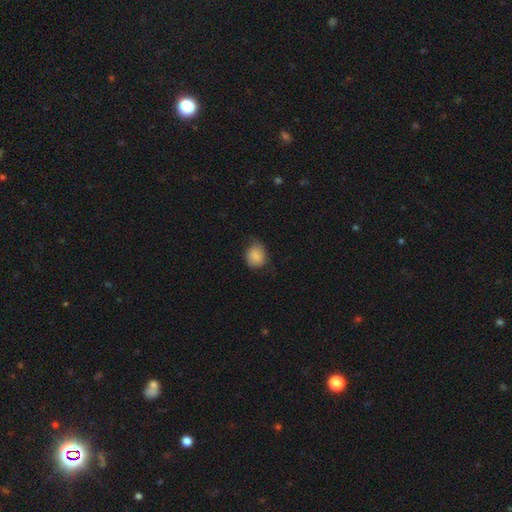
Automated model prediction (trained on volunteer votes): smooth_or_featured: smooth (p=0.83) [alt: featured or disk p=0.10]
how_rounded: round (p=0.62) [alt: in between p=0.37]
merging: none (p=0.61) [alt: minor disturbance p=0.30]